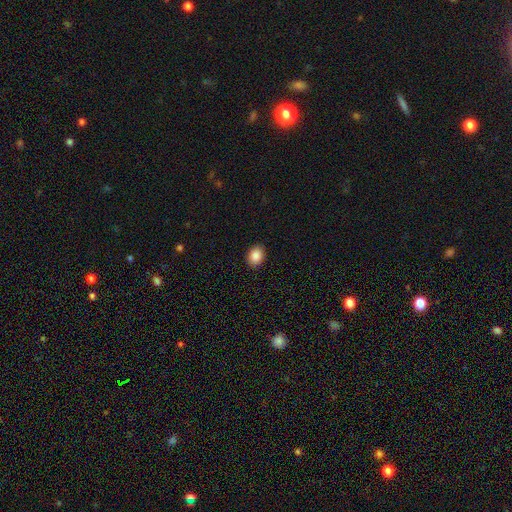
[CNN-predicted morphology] Overall: smooth (88%). How rounded: in between (60%; round 39%). Merging: none (90%).